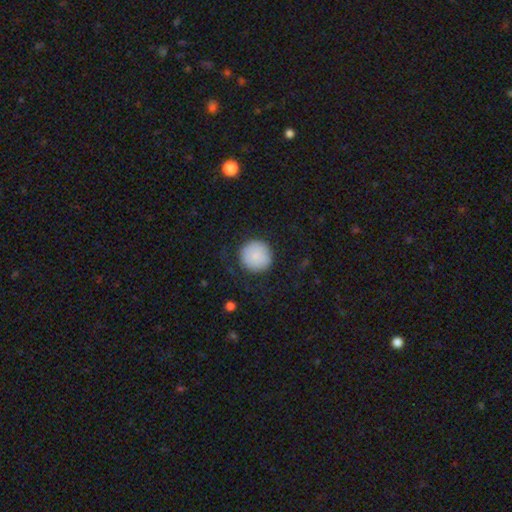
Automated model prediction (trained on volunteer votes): smooth_or_featured: smooth (p=0.82) [alt: featured or disk p=0.11]
how_rounded: round (p=0.95) [alt: in between p=0.04]
merging: none (p=0.80) [alt: minor disturbance p=0.13]